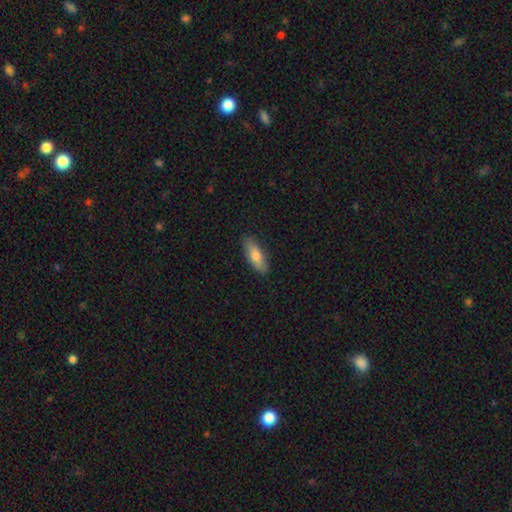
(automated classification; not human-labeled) smooth 78%, featured or disk 17%, star or artifact 6%. Down the decision tree: how rounded — in between (64%); merging — none (86%).